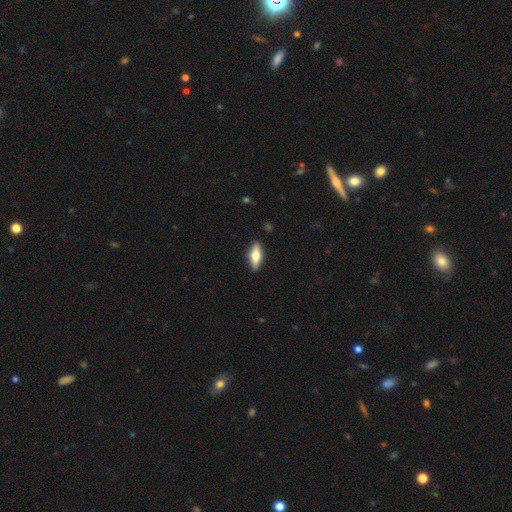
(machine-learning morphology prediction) Smooth or featured? Predicted: smooth (p=0.65). How rounded? Predicted: in between (p=0.63). Merging? Predicted: none (p=0.89).